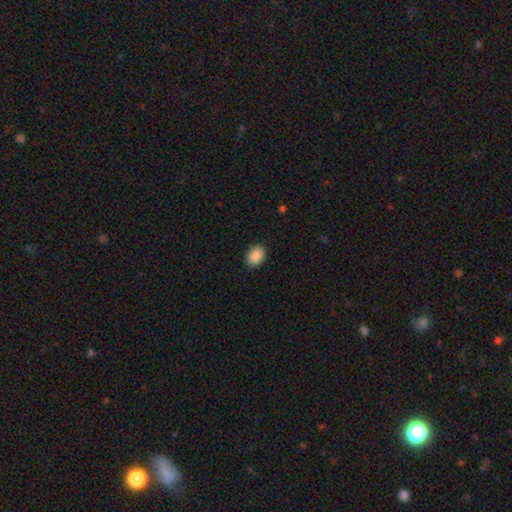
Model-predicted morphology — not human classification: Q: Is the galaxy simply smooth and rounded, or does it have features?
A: smooth — 89%.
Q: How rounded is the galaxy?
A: in between — 73%.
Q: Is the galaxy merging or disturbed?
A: none — 89%.